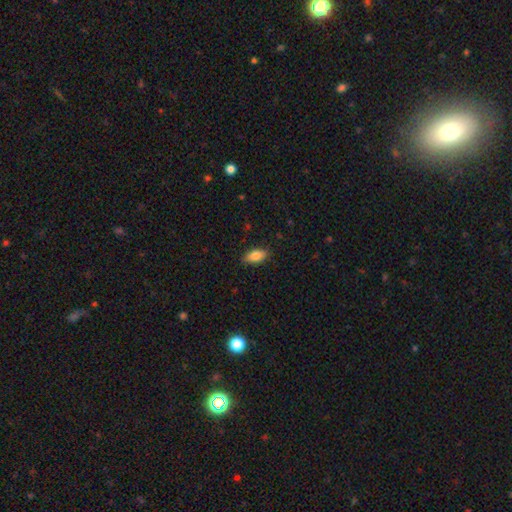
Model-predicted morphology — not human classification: Smooth or featured: smooth — 84% (featured or disk — 9%)
How rounded: in between — 87% (cigar-shaped — 10%)
Merging: none — 86% (minor disturbance — 11%)